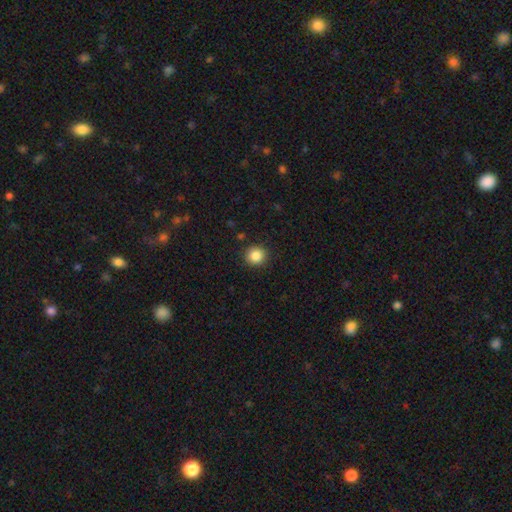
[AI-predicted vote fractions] This is clearly a smooth galaxy (86%). How rounded: clearly round (92%). Merging: clearly none (91%).